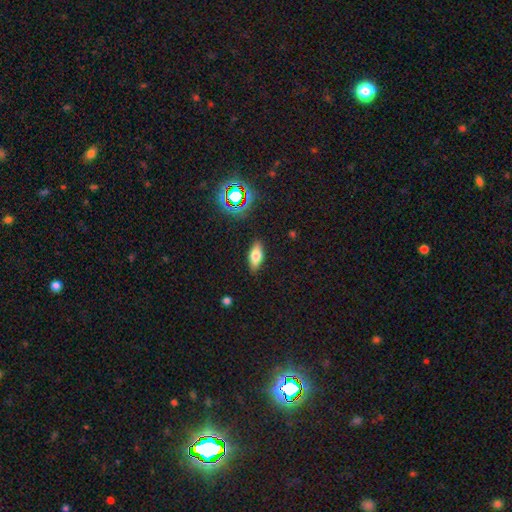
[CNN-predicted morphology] The model was most divided on "smooth or featured": smooth: 68%, featured or disk: 21%, star or artifact: 11%. More confident: merging — none (86%); how rounded — in between (77%).